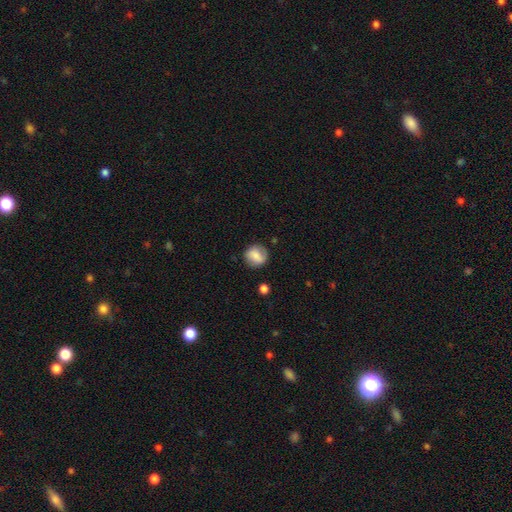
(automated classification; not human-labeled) The model was most divided on "smooth or featured": smooth: 72%, featured or disk: 19%, star or artifact: 8%. More confident: how rounded — round (84%); merging — none (77%).